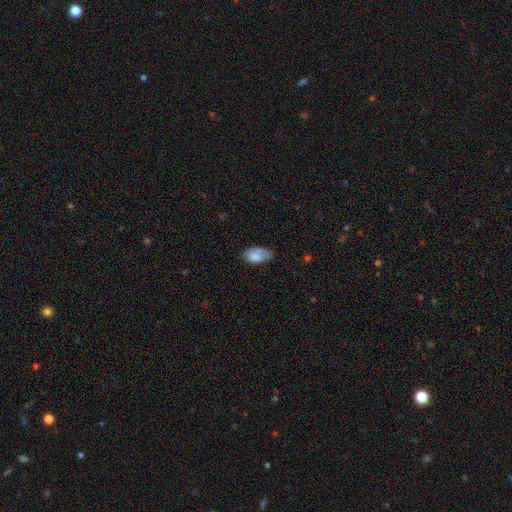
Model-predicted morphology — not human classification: smooth_or_featured: smooth (p=0.73) [alt: featured or disk p=0.18]
how_rounded: in between (p=0.92) [alt: round p=0.05]
merging: none (p=0.43) [alt: minor disturbance p=0.36]